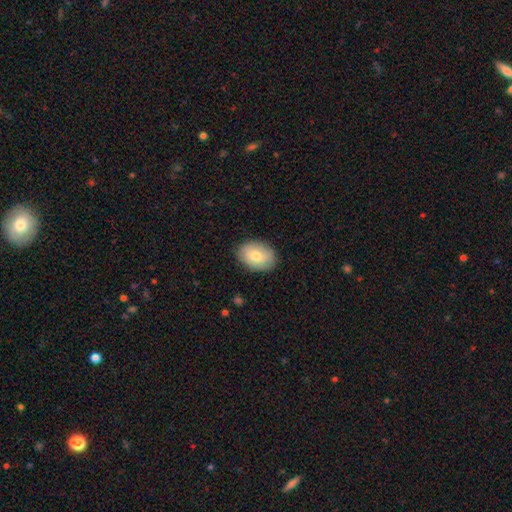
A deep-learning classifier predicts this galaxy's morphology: smooth 79%, featured or disk 14%, star or artifact 7%. Down the decision tree: how rounded — in between (80%); merging — none (87%).